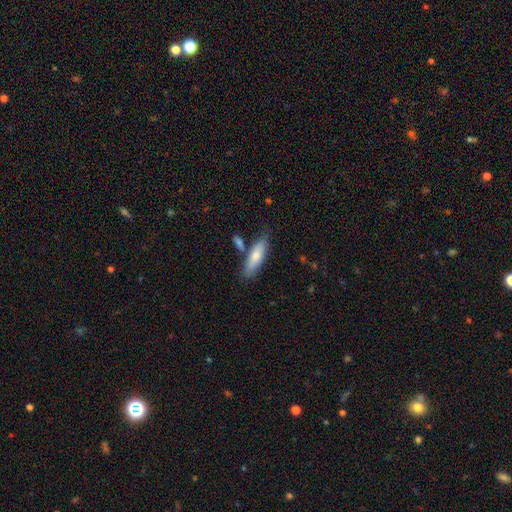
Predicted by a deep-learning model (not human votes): This appears to be a smooth galaxy with no disk features (75%) that is cigar-shaped (51%). Merging: none (72%).